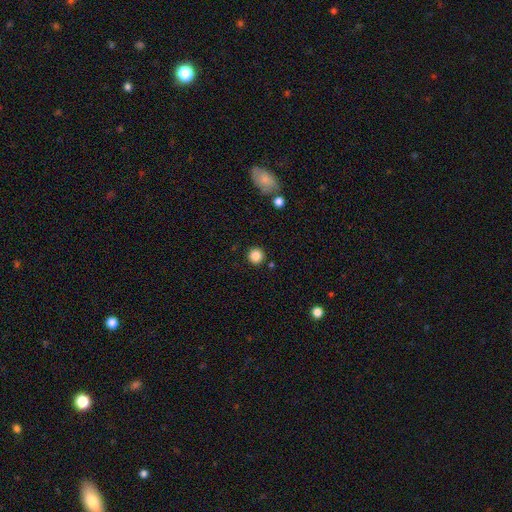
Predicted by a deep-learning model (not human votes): Overall: smooth (85%). How rounded: round (95%). Merging: none (89%).